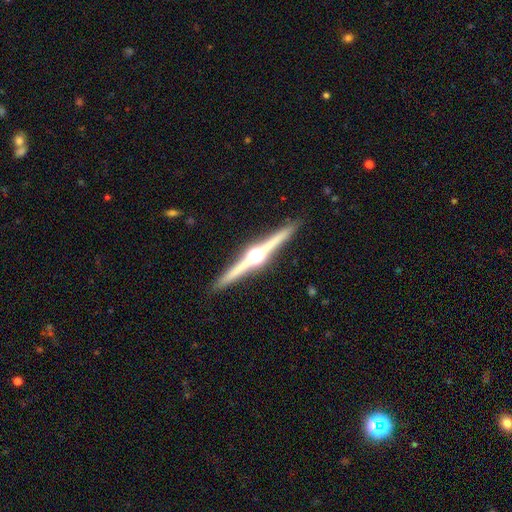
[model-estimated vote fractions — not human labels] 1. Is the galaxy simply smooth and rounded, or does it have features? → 86% featured or disk, 9% smooth, 5% star or artifact.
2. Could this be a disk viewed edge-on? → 99% yes, 1% no.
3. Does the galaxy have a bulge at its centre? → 96% rounded, 3% boxy, 2% none.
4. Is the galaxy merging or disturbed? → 92% none, 5% minor disturbance, 1% major disturbance, 1% merger.